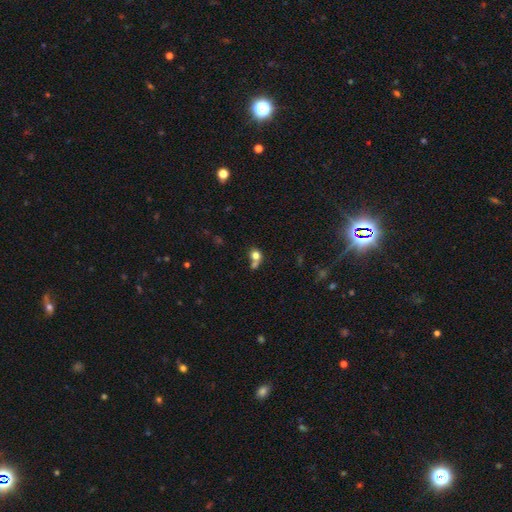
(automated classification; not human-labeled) A smooth galaxy with no disk features (76%) that is round (71%).

Vote fractions:
- Smooth or featured? smooth: 76% / star or artifact: 12% / featured or disk: 12%
- How rounded? round: 71% / in between: 28% / cigar-shaped: 1%
- Merging? merger: 44% / none: 40% / minor disturbance: 10% / major disturbance: 6%